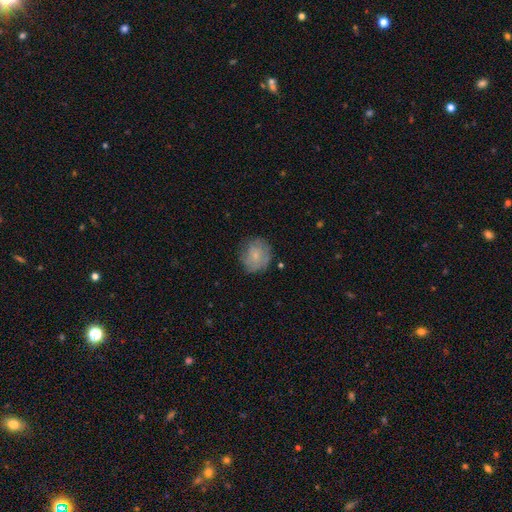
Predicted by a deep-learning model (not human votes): Smooth or featured: smooth — 73% (featured or disk — 19%)
How rounded: round — 87% (in between — 12%)
Merging: none — 73% (minor disturbance — 19%)